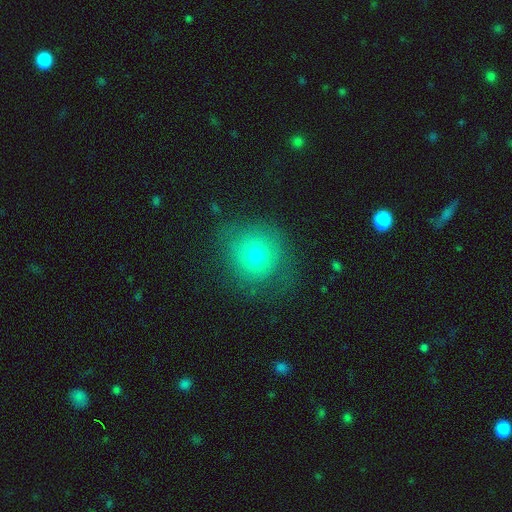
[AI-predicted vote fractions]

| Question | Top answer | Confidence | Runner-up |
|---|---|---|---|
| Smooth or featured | smooth | 67% | featured or disk (19%) |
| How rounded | round | 89% | in between (10%) |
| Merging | none | 70% | minor disturbance (18%) |